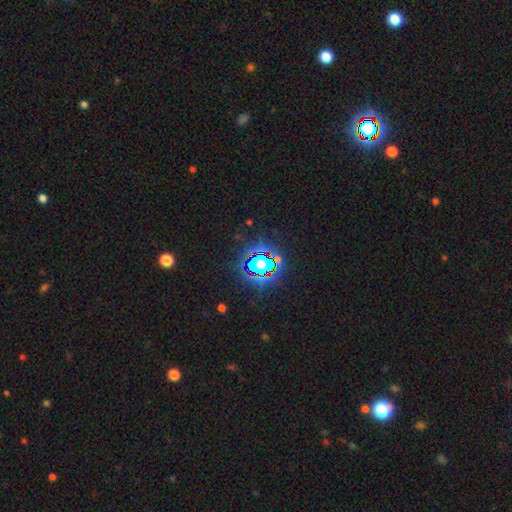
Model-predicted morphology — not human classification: Overall: star or artifact (79%).